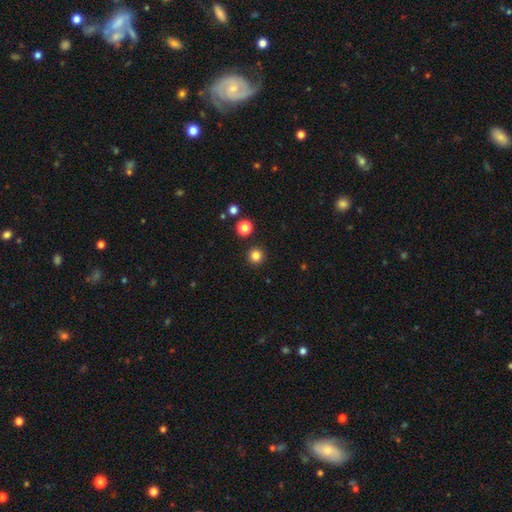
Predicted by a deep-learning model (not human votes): Overall: smooth (83%). How rounded: round (96%). Merging: none (92%).